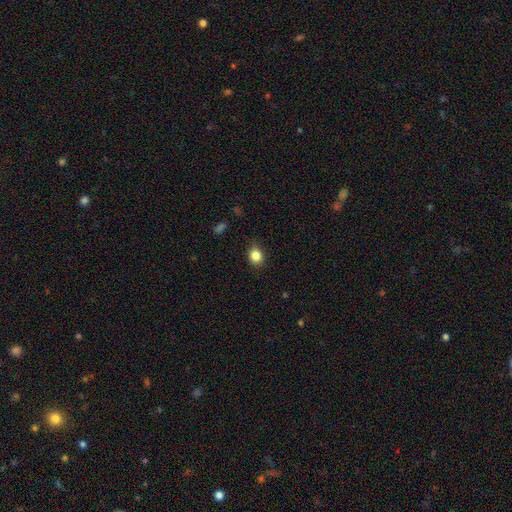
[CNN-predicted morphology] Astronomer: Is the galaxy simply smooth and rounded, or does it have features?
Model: smooth — 85%.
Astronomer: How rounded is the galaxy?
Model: round — 61% (runner-up: in between, 38%).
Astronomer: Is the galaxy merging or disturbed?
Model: none — 79%.